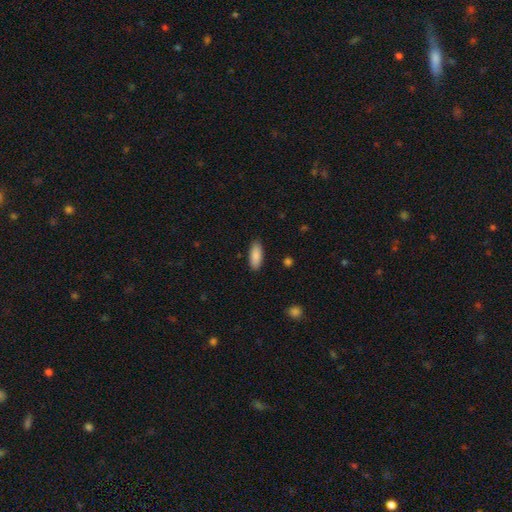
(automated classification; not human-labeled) Smooth or featured?
  - smooth: 89% *
  - star or artifact: 6%
  - featured or disk: 5%
How rounded?
  - in between: 72% *
  - cigar-shaped: 26%
  - round: 2%
Merging?
  - none: 88% *
  - minor disturbance: 9%
  - major disturbance: 2%
  - merger: 1%